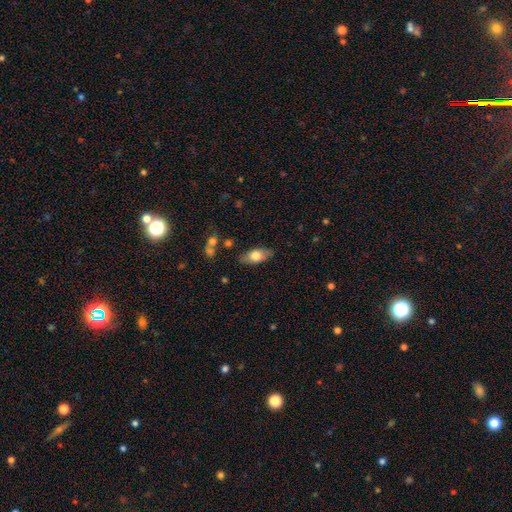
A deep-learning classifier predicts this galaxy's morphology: A smooth galaxy with no disk features (70%) that is in between round and cigar-shaped (86%). Merging: none (81%).